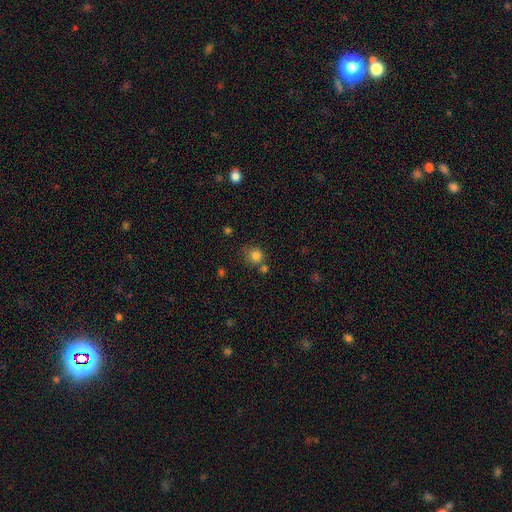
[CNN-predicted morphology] A smooth galaxy with no disk features (82%) that is round (88%). Merging: none (64%).